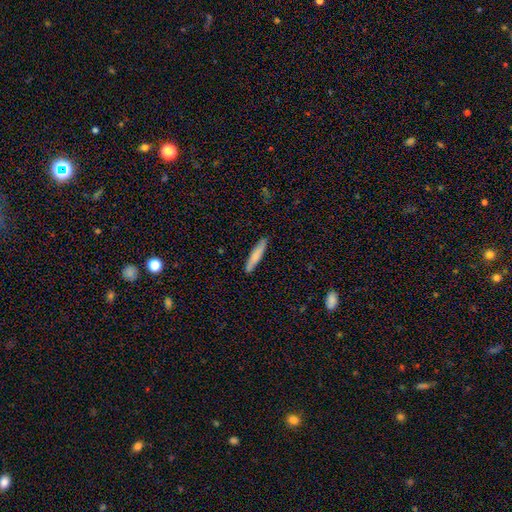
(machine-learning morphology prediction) A smooth galaxy with no disk features (74%) that is cigar-shaped (91%).

Vote fractions:
- Smooth or featured? smooth: 74% / featured or disk: 21% / star or artifact: 5%
- How rounded? cigar-shaped: 91% / in between: 8% / round: 1%
- Merging? none: 90% / minor disturbance: 7% / major disturbance: 1% / merger: 1%